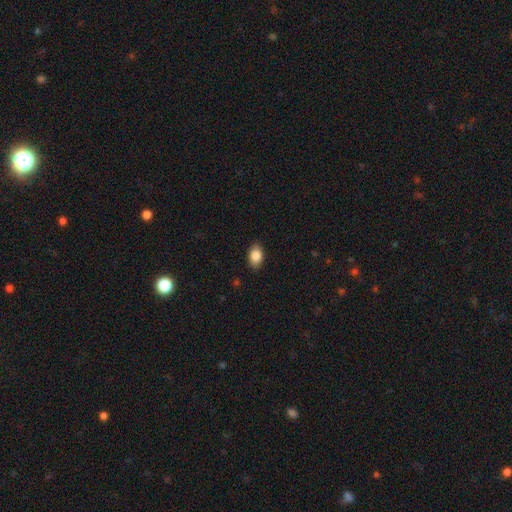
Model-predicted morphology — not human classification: Smooth or featured? Predicted: smooth (p=0.87). How rounded? Predicted: in between (p=0.86). Merging? Predicted: none (p=0.87).